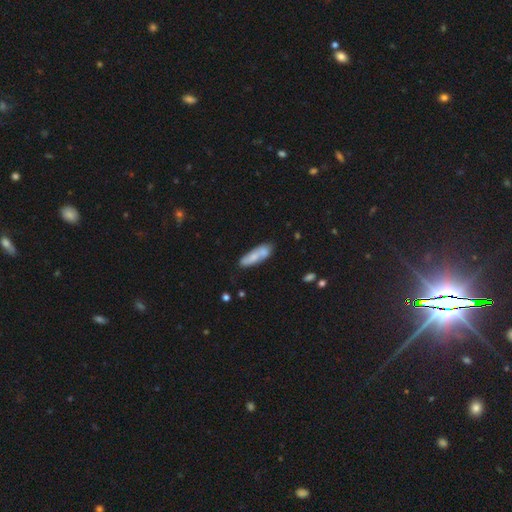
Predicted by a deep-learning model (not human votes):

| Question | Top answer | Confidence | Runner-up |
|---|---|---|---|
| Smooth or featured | smooth | 63% | featured or disk (30%) |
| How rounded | cigar-shaped | 50% | in between (48%) |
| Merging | none | 58% | merger (20%) |